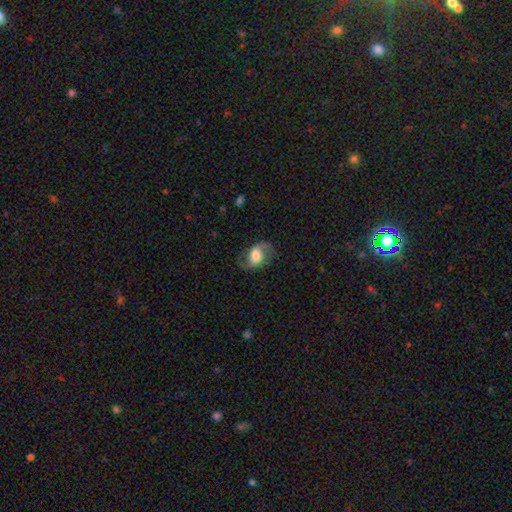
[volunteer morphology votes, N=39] featured or disk 51%, smooth 46%, star or artifact 3%. Down the decision tree: edge-on disk — no (90%); bar — weak (61%); spiral arms — yes (100%); spiral arm count — 2 (89%); spiral winding — loose (67%); bulge size — large (56%); merging — none (68%).